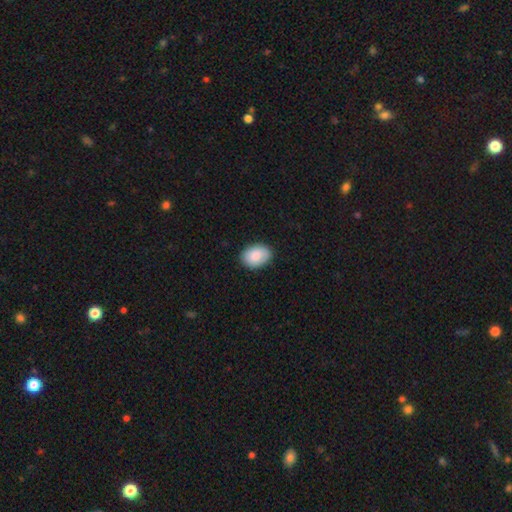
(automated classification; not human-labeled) Q: Smooth or featured?
A: smooth (86%); runner-up: featured or disk (8%)
Q: How rounded?
A: in between (80%); runner-up: round (19%)
Q: Merging?
A: none (86%); runner-up: minor disturbance (11%)